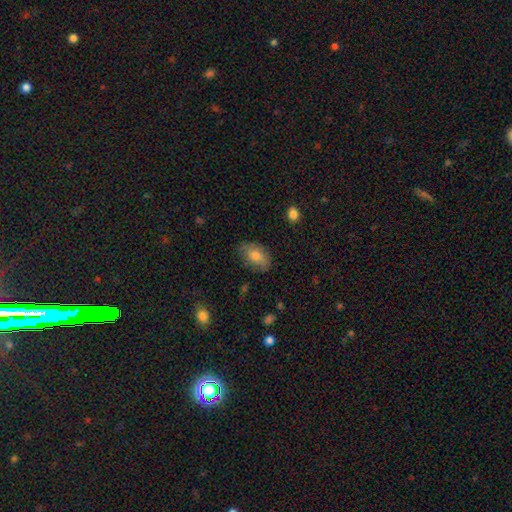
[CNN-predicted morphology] Smooth or featured: smooth — 76% (featured or disk — 16%)
How rounded: in between — 90% (round — 8%)
Merging: none — 75% (minor disturbance — 20%)